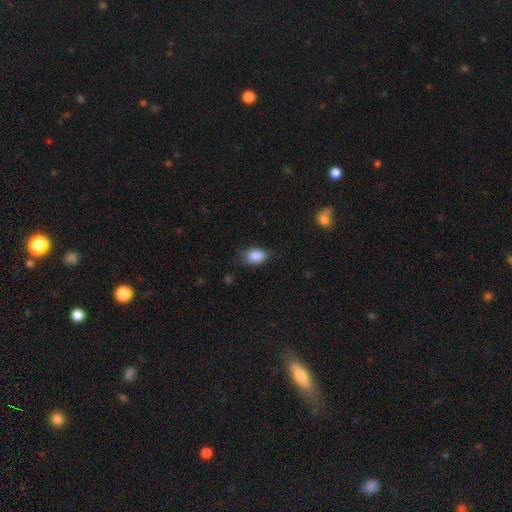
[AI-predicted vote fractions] The model was most divided on "merging": none: 69%, minor disturbance: 25%, major disturbance: 5%, merger: 1%. More confident: smooth or featured — smooth (86%); how rounded — in between (77%).